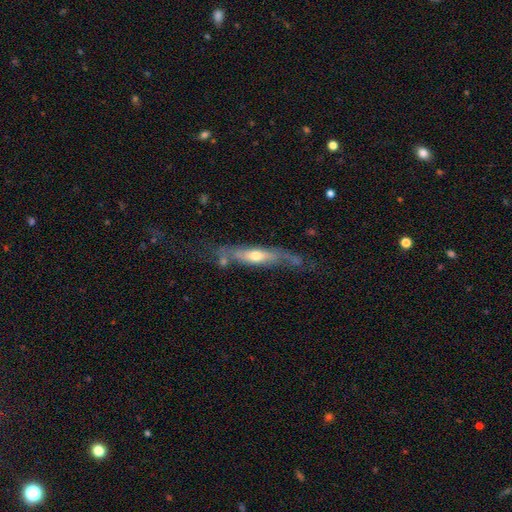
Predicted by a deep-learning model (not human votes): A featured or disk galaxy (62%) viewed edge-on (64%).

Vote fractions:
- Smooth or featured? featured or disk: 62% / smooth: 32% / star or artifact: 6%
- Edge-on disk? yes: 64% / no: 36%
- Merging? none: 53% / minor disturbance: 26% / major disturbance: 14% / merger: 7%